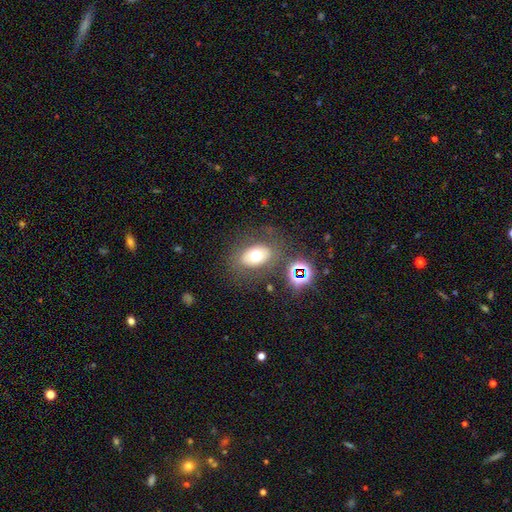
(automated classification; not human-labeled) smooth-or-featured: smooth: 61% | featured or disk: 24% | star or artifact: 15%
  how-rounded: in between: 78% | round: 21% | cigar-shaped: 1%
  merging: none: 75% | minor disturbance: 13% | major disturbance: 8% | merger: 5%